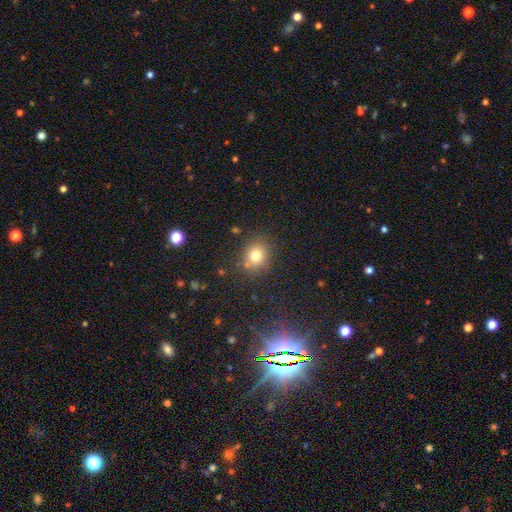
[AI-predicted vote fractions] smooth_or_featured: smooth (p=0.77) [alt: star or artifact p=0.15]
how_rounded: round (p=0.77) [alt: in between p=0.22]
merging: none (p=0.79) [alt: minor disturbance p=0.12]